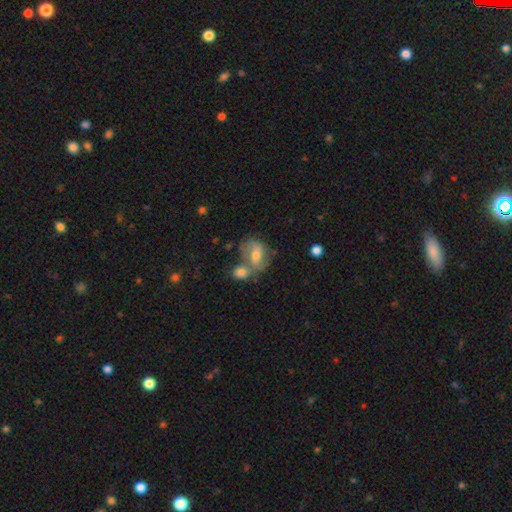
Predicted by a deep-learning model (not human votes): This is possibly a smooth galaxy (49%). Merging: possibly merger (50%).